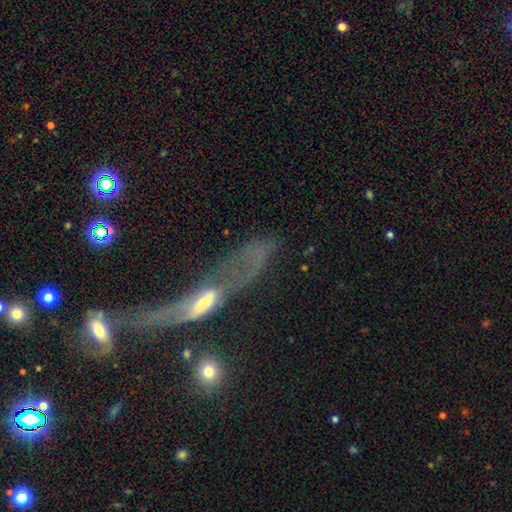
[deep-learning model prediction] A featured or disk galaxy (53%).

Vote fractions:
- Smooth or featured? featured or disk: 53% / smooth: 33% / star or artifact: 15%
- Edge-on disk? no: 67% / yes: 33%
- Merging? major disturbance: 38% / merger: 26% / none: 23% / minor disturbance: 14%